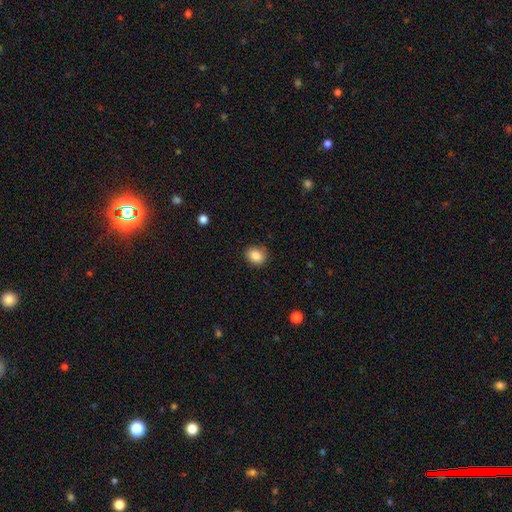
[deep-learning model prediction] Overall: smooth (86%). How rounded: round (61%; in between 38%). Merging: none (86%).